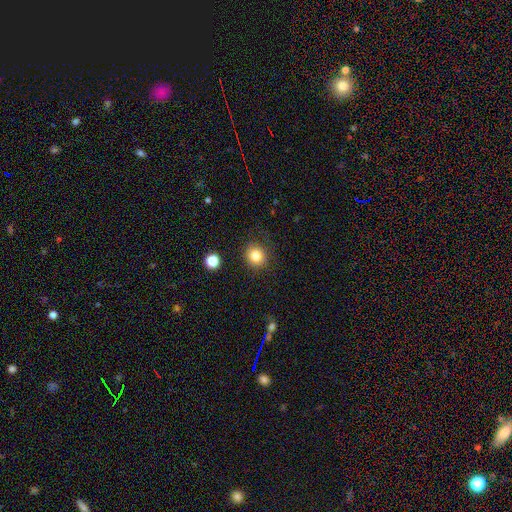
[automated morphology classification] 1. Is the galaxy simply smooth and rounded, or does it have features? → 83% smooth, 11% star or artifact, 6% featured or disk.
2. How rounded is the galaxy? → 84% round, 16% in between, 1% cigar-shaped.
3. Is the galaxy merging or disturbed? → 86% none, 9% minor disturbance, 3% major disturbance, 2% merger.